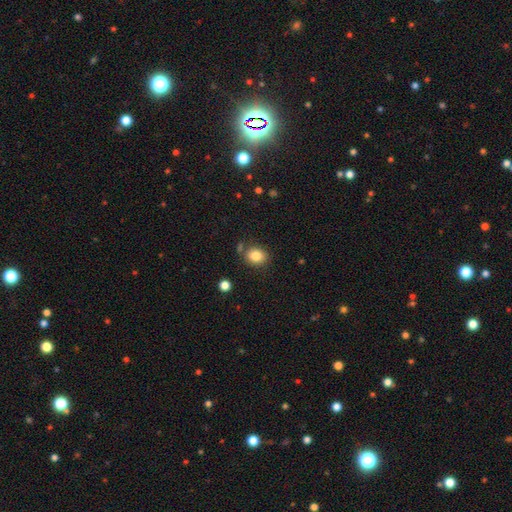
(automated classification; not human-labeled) Q: Smooth or featured?
A: smooth (83%); runner-up: star or artifact (10%)
Q: How rounded?
A: round (51%); runner-up: in between (48%)
Q: Merging?
A: none (75%); runner-up: minor disturbance (13%)